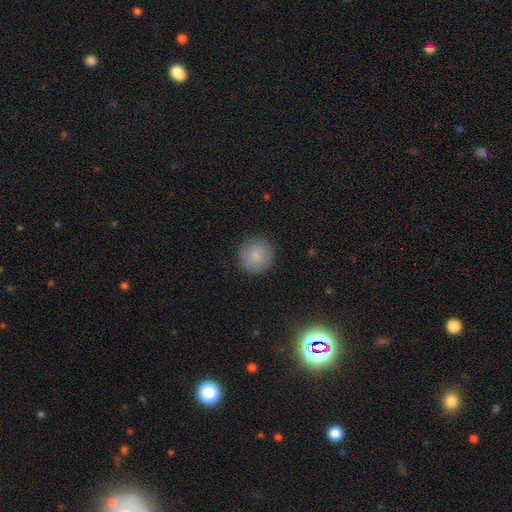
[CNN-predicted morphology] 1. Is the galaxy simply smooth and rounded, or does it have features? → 85% smooth, 8% star or artifact, 7% featured or disk.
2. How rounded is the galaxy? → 94% round, 5% in between, 1% cigar-shaped.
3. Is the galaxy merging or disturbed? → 88% none, 9% minor disturbance, 2% major disturbance, 1% merger.